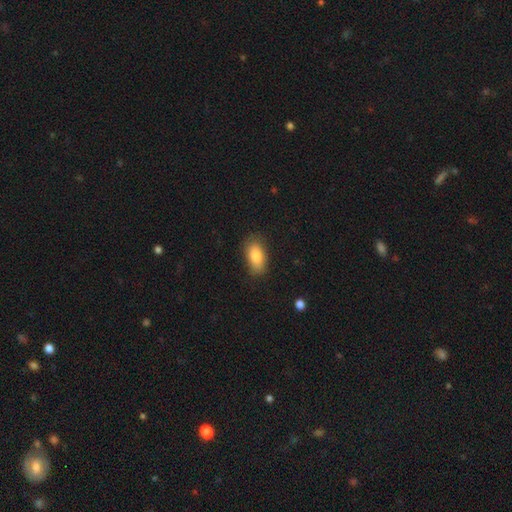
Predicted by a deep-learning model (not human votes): Smooth or featured? Predicted: smooth (p=0.85). How rounded? Predicted: in between (p=0.90). Merging? Predicted: none (p=0.80).